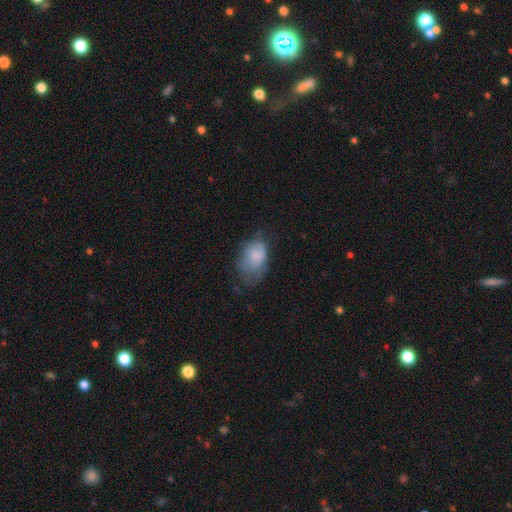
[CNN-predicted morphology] smooth-or-featured: smooth: 71% | featured or disk: 20% | star or artifact: 9%
  how-rounded: in between: 83% | round: 16% | cigar-shaped: 1%
  merging: minor disturbance: 35% | none: 34% | major disturbance: 29% | merger: 2%